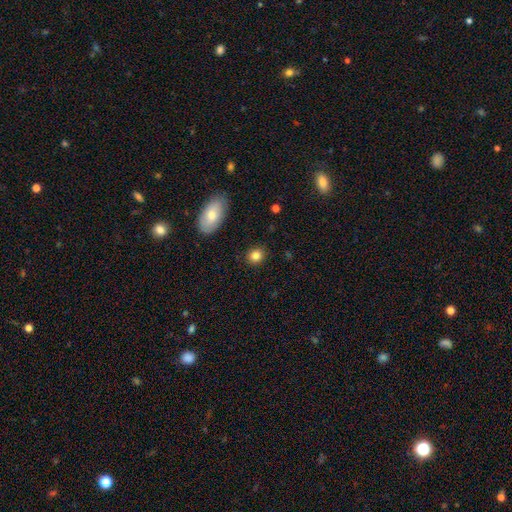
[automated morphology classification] Smooth or featured? smooth (82%)
How rounded? round (77%)
Merging? none (88%)